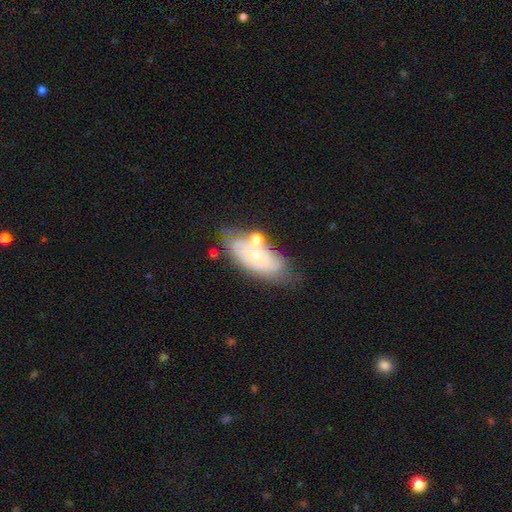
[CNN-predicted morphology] featured or disk 56%, smooth 35%, star or artifact 9%. Down the decision tree: edge-on disk — no (88%); merging — none (54%).